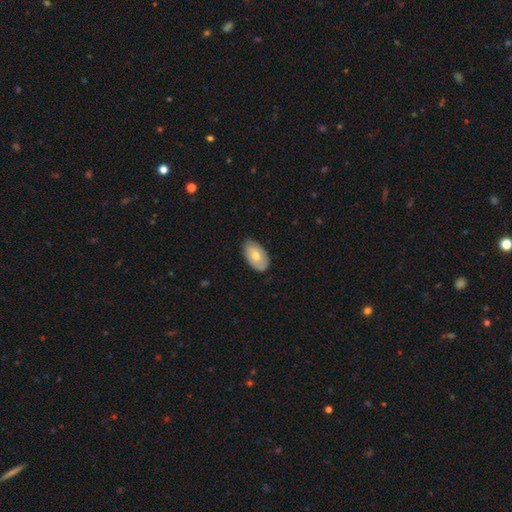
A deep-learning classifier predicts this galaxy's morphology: smooth_or_featured: smooth (p=0.63) [alt: featured or disk p=0.31]
how_rounded: in between (p=0.93) [alt: round p=0.05]
merging: none (p=0.80) [alt: minor disturbance p=0.17]